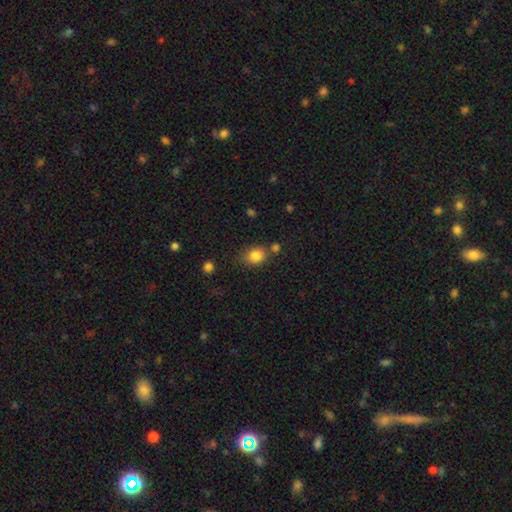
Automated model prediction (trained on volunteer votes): Morphology: type=smooth (83%); roundness=round (51%); merging=none (67%).